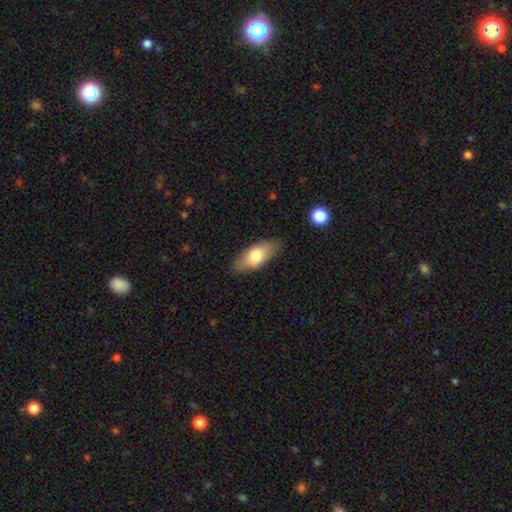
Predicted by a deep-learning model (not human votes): smooth 73%, featured or disk 21%, star or artifact 6%. Down the decision tree: how rounded — in between (84%); merging — none (84%).